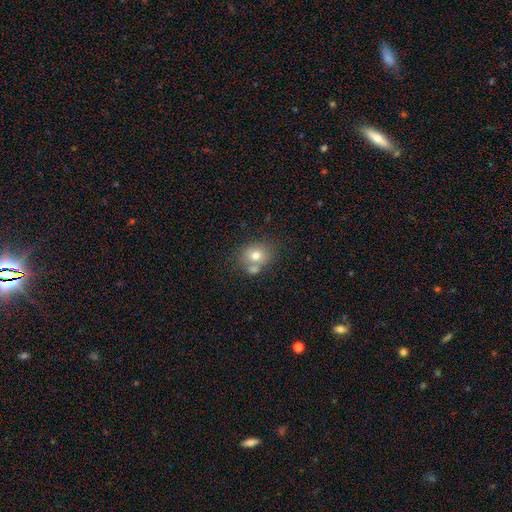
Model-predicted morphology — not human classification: This appears to be a smooth galaxy with no disk features (74%) that is round (63%). Merging: none (51%).